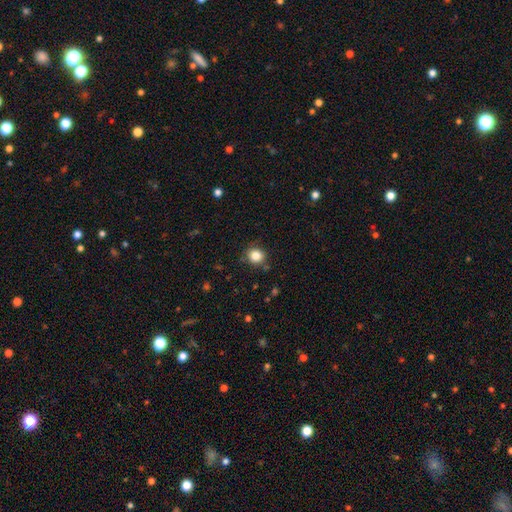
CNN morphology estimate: A smooth galaxy with no disk features (84%) that is round (83%).

Vote fractions:
- Smooth or featured? smooth: 84% / star or artifact: 11% / featured or disk: 5%
- How rounded? round: 83% / in between: 16% / cigar-shaped: 1%
- Merging? none: 83% / minor disturbance: 12% / major disturbance: 3% / merger: 2%